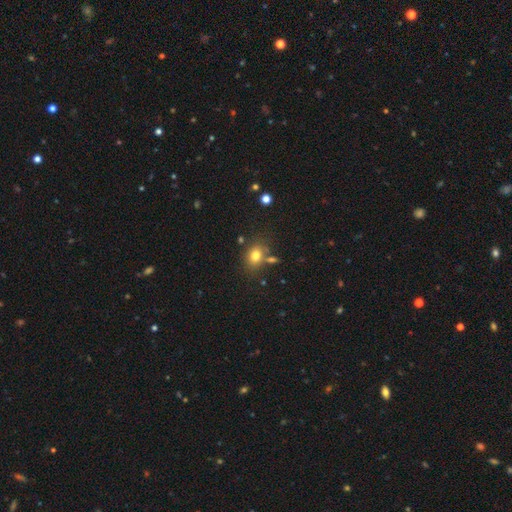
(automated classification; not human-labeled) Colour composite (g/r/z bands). It shows a smooth galaxy with no disk features (76%) that is in between round and cigar-shaped (60%). Merging: none (68%).